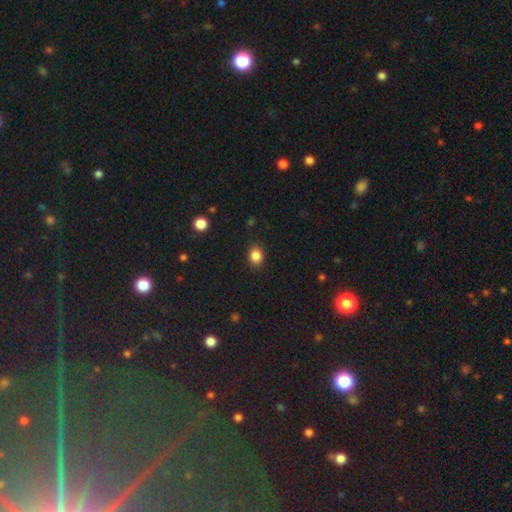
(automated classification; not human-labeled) Smooth or featured? Predicted: smooth (p=0.85). How rounded? Predicted: round (p=0.65). Merging? Predicted: none (p=0.88).